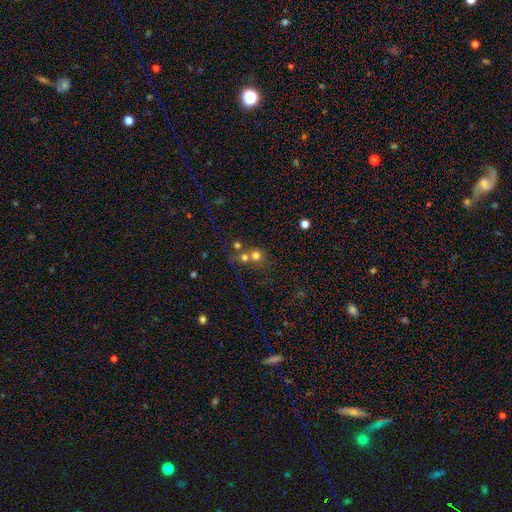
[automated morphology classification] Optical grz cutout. It shows a smooth galaxy with no disk features (70%) that is round (87%). Merging: merger (45%).